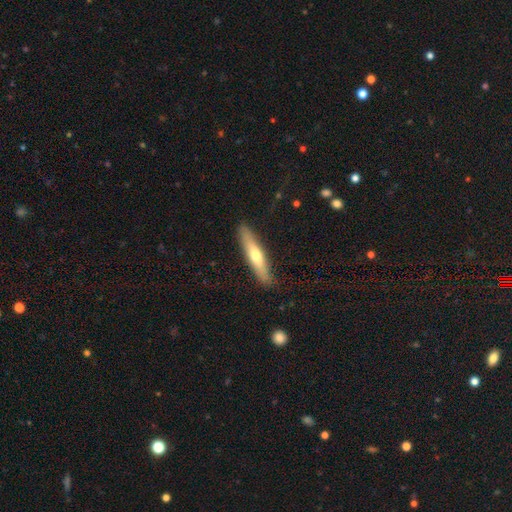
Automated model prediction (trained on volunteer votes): This is possibly a smooth galaxy (57%). How rounded: clearly cigar-shaped (86%). Merging: clearly none (88%).